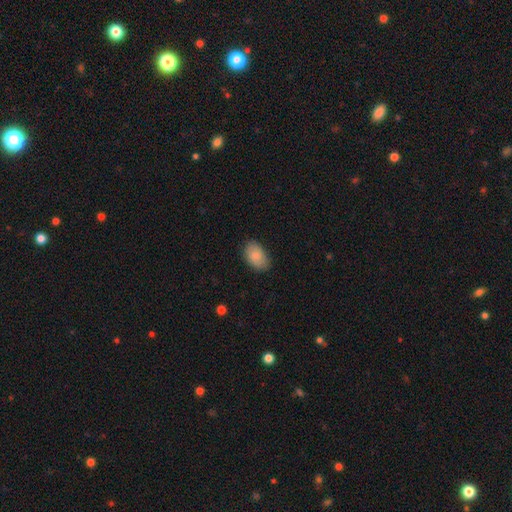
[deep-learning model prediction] This is clearly a smooth galaxy (85%). How rounded: clearly in between (91%). Merging: clearly none (84%).